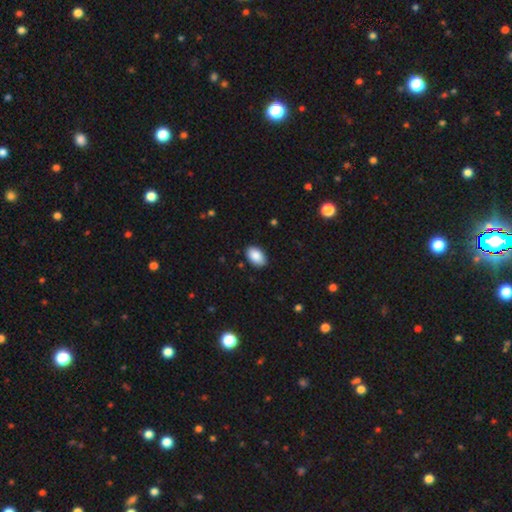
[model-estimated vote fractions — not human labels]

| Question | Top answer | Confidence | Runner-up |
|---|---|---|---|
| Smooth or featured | smooth | 89% | star or artifact (7%) |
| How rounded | in between | 93% | round (6%) |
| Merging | none | 88% | minor disturbance (9%) |